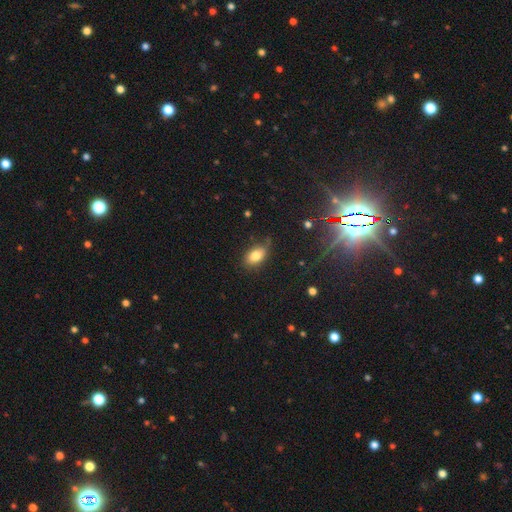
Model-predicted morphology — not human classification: Smooth or featured? Predicted: smooth (p=0.81). How rounded? Predicted: in between (p=0.89). Merging? Predicted: none (p=0.75).